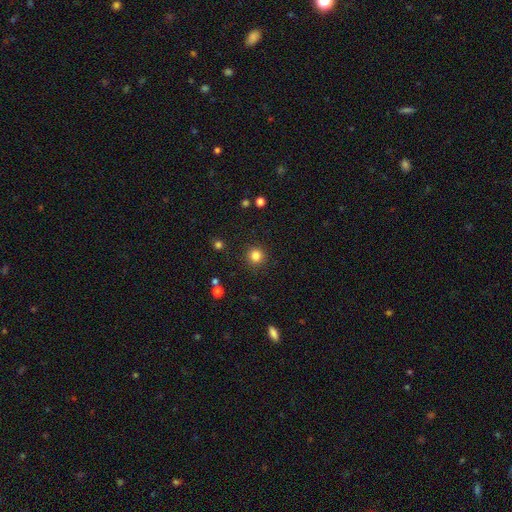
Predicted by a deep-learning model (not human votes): A smooth galaxy with no disk features (83%) that is round (95%).

Vote fractions:
- Smooth or featured? smooth: 83% / star or artifact: 12% / featured or disk: 5%
- How rounded? round: 95% / in between: 4% / cigar-shaped: 1%
- Merging? none: 91% / minor disturbance: 5% / major disturbance: 2% / merger: 1%